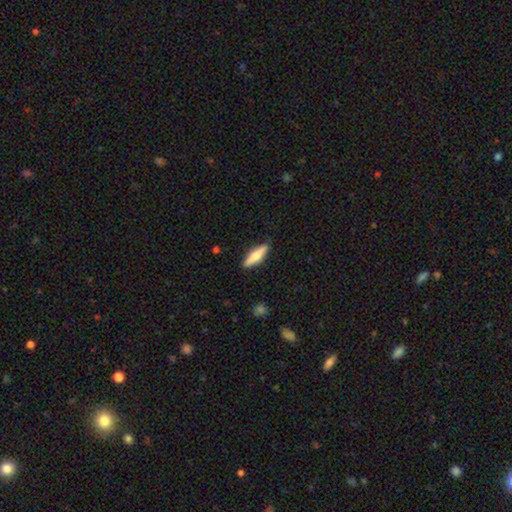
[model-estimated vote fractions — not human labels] This appears to be a smooth galaxy with no disk features (57%) that is cigar-shaped (69%). Merging: none (88%).